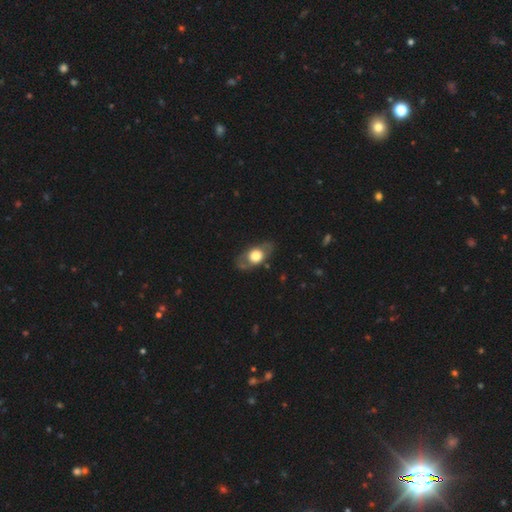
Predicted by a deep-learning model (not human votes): smooth-or-featured: smooth: 53% | featured or disk: 41% | star or artifact: 6%
  how-rounded: in between: 72% | round: 24% | cigar-shaped: 5%
  merging: none: 76% | minor disturbance: 16% | major disturbance: 6% | merger: 1%